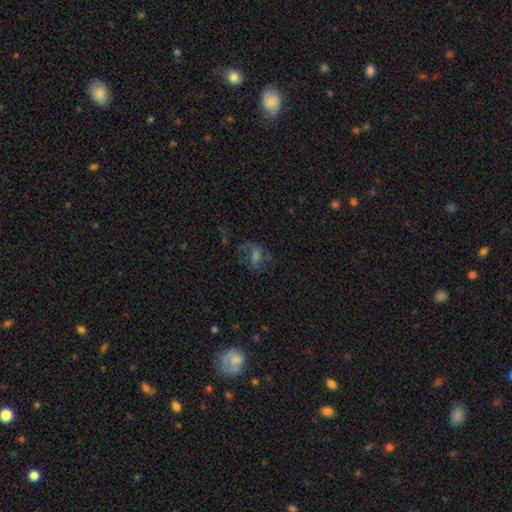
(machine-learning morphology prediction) A featured or disk galaxy (45%). Merging: none (47%).